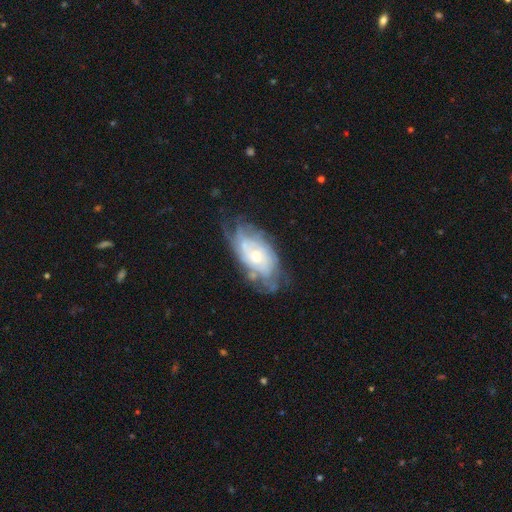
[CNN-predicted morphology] type=featured or disk (73%); edge-on=no (93%); bar=no (79%); spiral arms=yes (78%); winding=tight (64%); arm count=can't tell (63%); bulge=small (57%); merging=none (58%).